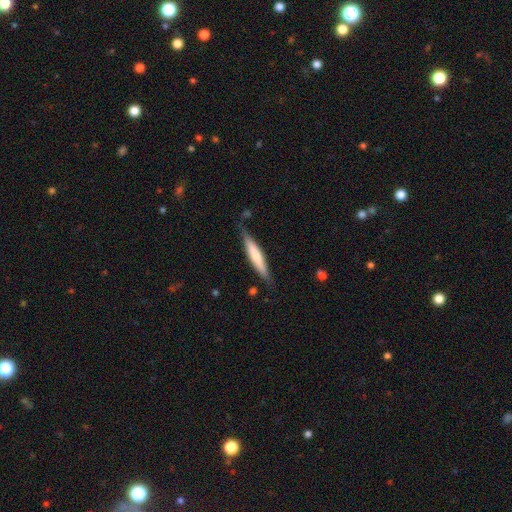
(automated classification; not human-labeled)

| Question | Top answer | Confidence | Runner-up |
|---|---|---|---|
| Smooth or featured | smooth | 63% | featured or disk (31%) |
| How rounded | cigar-shaped | 90% | in between (9%) |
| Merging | none | 78% | minor disturbance (17%) |